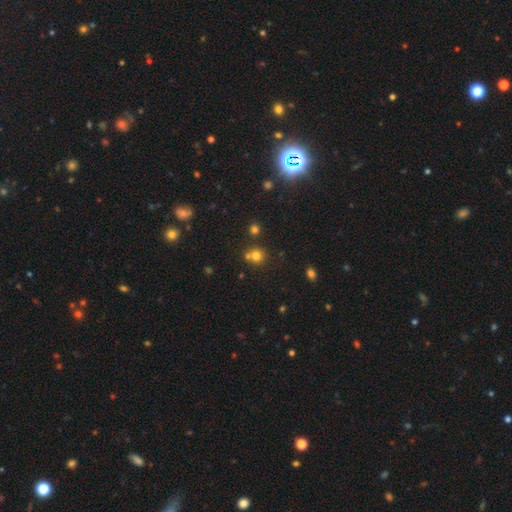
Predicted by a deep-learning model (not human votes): Overall: smooth (72%). How rounded: round (87%). Merging: none (61%; merger 29%).